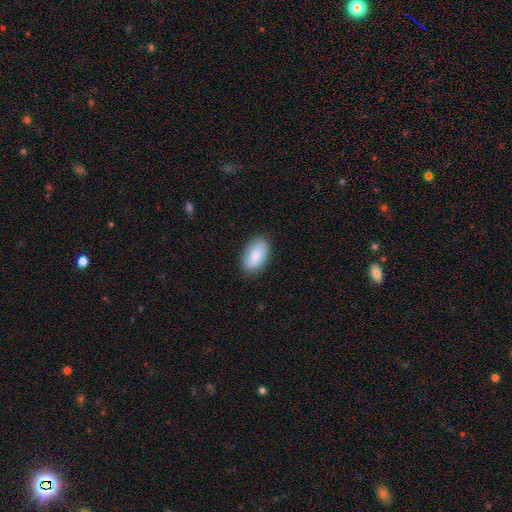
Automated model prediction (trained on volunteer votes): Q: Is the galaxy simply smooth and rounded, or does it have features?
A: smooth — 85%.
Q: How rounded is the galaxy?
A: in between — 94%.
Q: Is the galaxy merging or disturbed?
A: none — 84%.